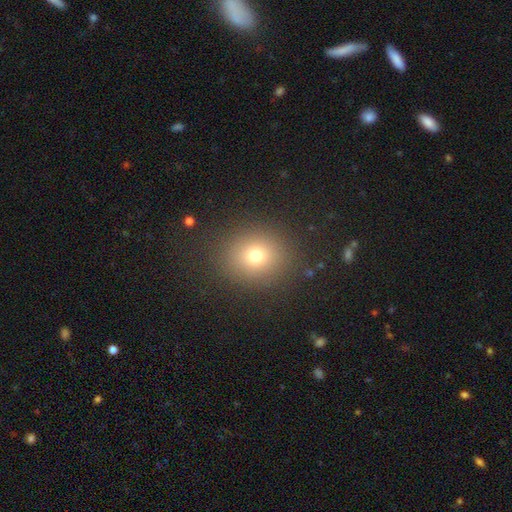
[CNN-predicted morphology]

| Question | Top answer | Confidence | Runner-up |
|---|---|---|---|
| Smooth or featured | smooth | 73% | star or artifact (17%) |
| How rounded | round | 75% | in between (24%) |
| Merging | none | 87% | minor disturbance (8%) |